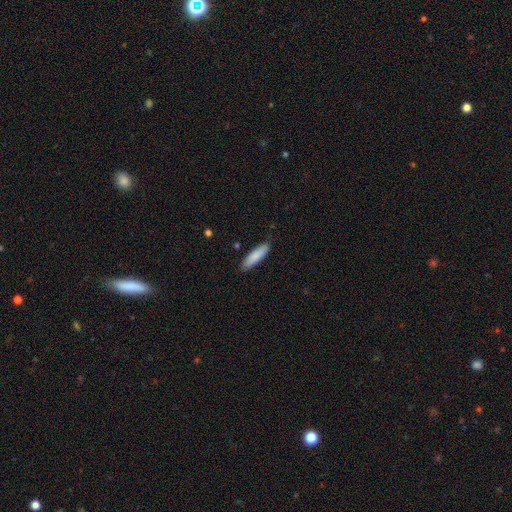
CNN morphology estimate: smooth_or_featured: smooth (p=0.86) [alt: featured or disk p=0.09]
how_rounded: cigar-shaped (p=0.63) [alt: in between p=0.35]
merging: none (p=0.85) [alt: minor disturbance p=0.11]